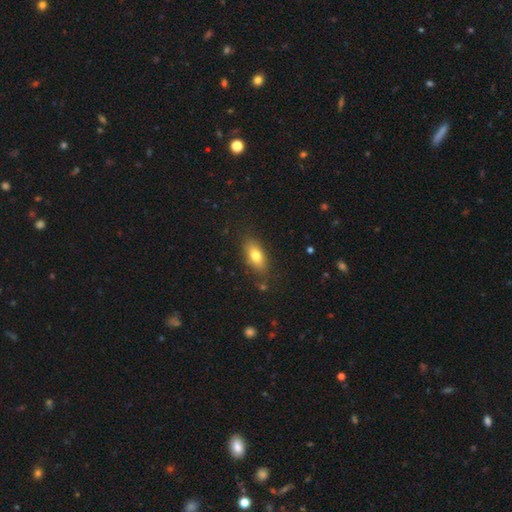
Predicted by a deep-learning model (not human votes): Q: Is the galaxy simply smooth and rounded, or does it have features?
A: smooth — 76%.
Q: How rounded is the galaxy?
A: in between — 84%.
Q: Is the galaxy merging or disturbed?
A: none — 81%.